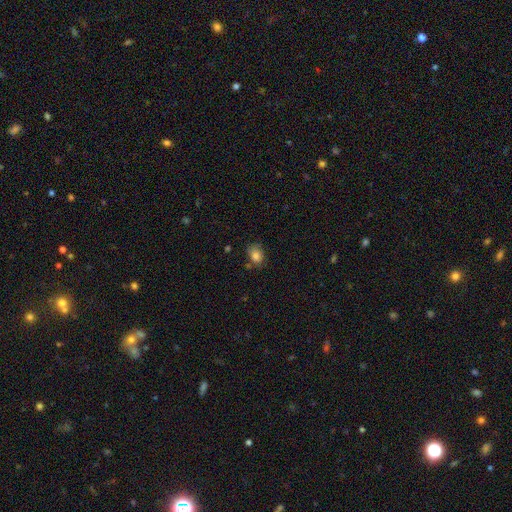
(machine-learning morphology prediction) Smooth or featured: smooth — 82% (star or artifact — 10%)
How rounded: in between — 62% (round — 37%)
Merging: none — 65% (minor disturbance — 23%)